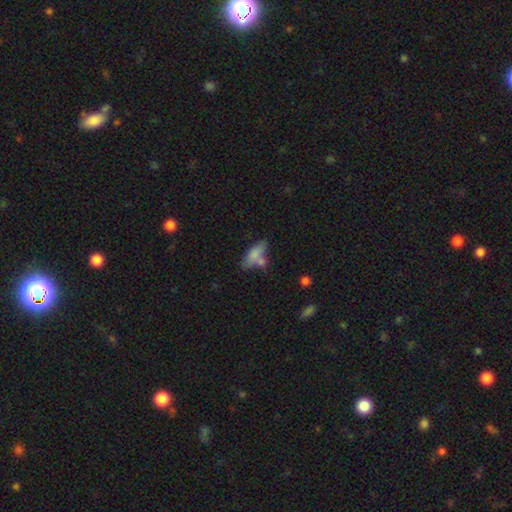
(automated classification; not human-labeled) Smooth or featured? smooth (74%)
How rounded? in between (64%)
Merging? none (52%)